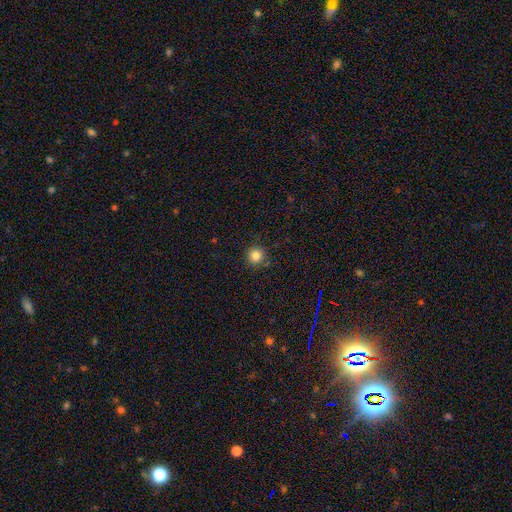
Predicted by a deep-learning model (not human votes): This is clearly a smooth galaxy (83%). How rounded: clearly round (94%). Merging: clearly none (88%).